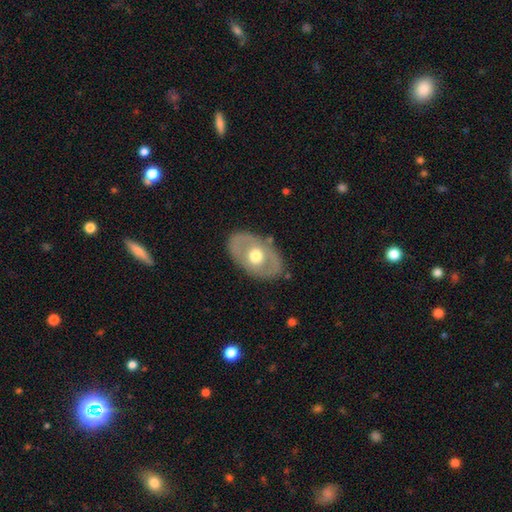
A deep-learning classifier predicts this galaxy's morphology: smooth_or_featured: featured or disk (p=0.51) [alt: smooth p=0.43]
disk_edge_on: no (p=0.89) [alt: yes p=0.11]
merging: none (p=0.81) [alt: minor disturbance p=0.13]